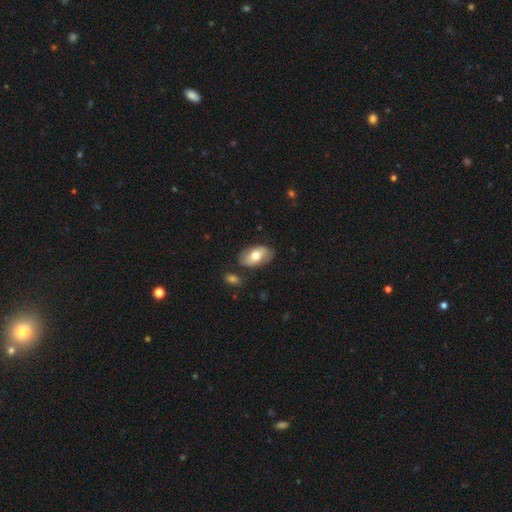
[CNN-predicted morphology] A smooth galaxy with no disk features (66%) that is in between round and cigar-shaped (92%). Merging: none (78%).